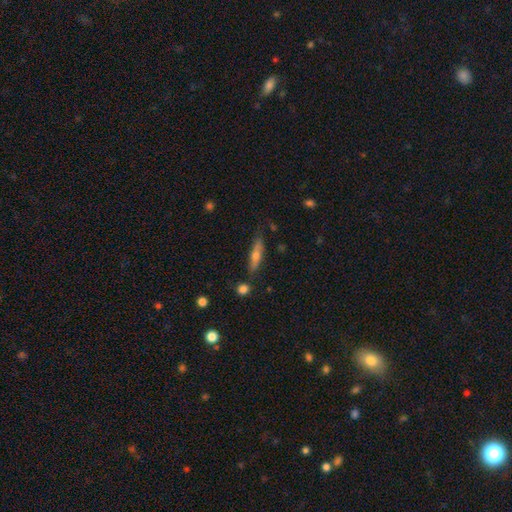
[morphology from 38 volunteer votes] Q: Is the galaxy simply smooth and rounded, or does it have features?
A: featured or disk — 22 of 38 (58%).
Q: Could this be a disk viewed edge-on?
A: yes — 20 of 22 (91%).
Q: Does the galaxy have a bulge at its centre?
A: rounded — 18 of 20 (90%).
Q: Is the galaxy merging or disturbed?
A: none — 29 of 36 (81%).